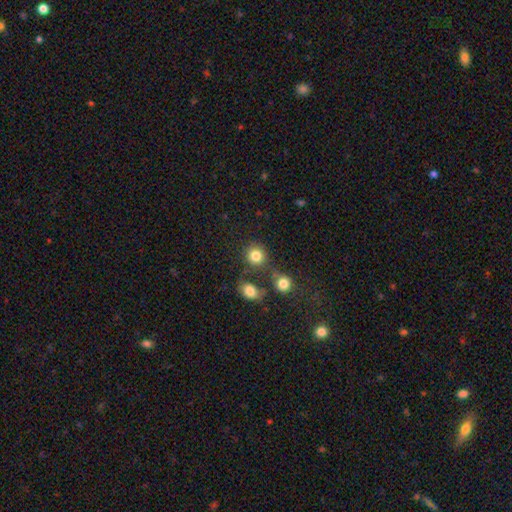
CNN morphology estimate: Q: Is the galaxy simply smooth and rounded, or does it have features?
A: smooth — 82%.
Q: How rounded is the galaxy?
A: round — 86%.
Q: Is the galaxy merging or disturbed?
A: none — 68%.